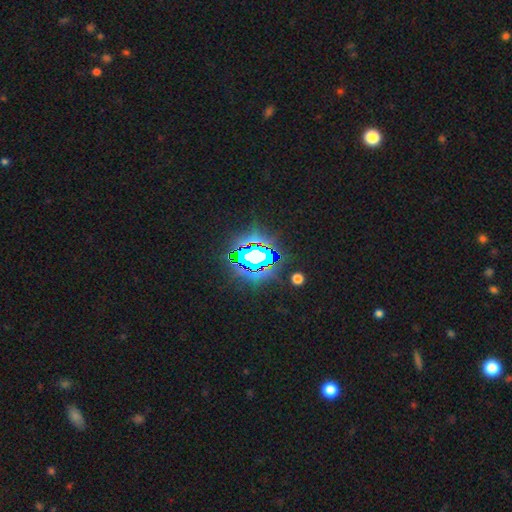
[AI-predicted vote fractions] Smooth or featured: star or artifact — 74% (smooth — 13%)